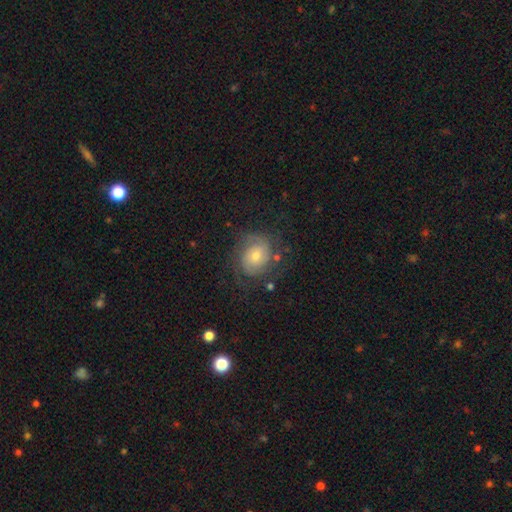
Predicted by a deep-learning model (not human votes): Q: Smooth or featured?
A: featured or disk (68%); runner-up: smooth (23%)
Q: Edge-on disk?
A: no (97%); runner-up: yes (3%)
Q: Bar?
A: no (72%); runner-up: weak (24%)
Q: Spiral arms?
A: yes (88%); runner-up: no (12%)
Q: Spiral winding?
A: tight (52%); runner-up: medium (34%)
Q: Spiral arm count?
A: 2 (49%); runner-up: can't tell (29%)
Q: Bulge size?
A: moderate (47%); runner-up: small (46%)
Q: Merging?
A: none (68%); runner-up: minor disturbance (18%)